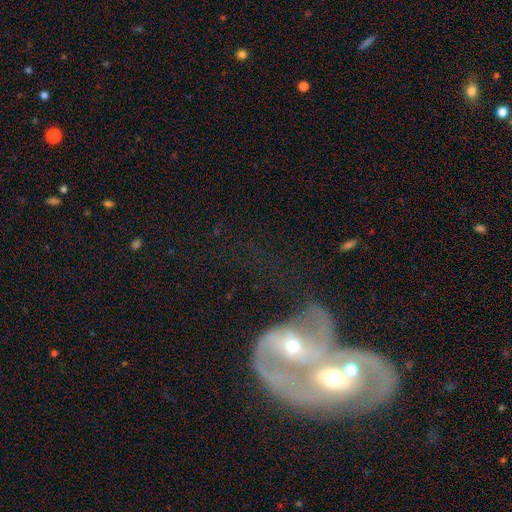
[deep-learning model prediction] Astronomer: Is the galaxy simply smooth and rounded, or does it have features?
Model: featured or disk — 77%.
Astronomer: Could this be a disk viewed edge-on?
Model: no — 96%.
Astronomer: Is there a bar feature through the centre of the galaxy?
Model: no — 56%.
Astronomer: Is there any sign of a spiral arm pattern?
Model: yes — 79%.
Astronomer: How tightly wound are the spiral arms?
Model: medium — 38% (runner-up: loose, 34%).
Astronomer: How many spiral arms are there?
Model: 2 — 63%.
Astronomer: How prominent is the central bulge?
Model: moderate — 58% (runner-up: small, 34%).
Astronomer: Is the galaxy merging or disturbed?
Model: merger — 80%.